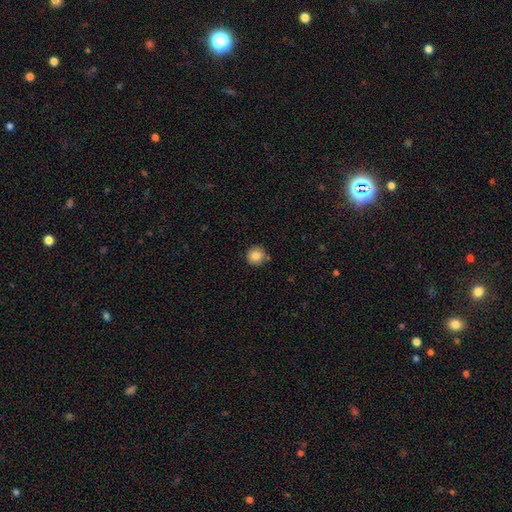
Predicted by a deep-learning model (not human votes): Smooth or featured?
  - smooth: 85% *
  - star or artifact: 9%
  - featured or disk: 5%
How rounded?
  - round: 93% *
  - in between: 6%
  - cigar-shaped: 1%
Merging?
  - none: 87% *
  - minor disturbance: 8%
  - merger: 3%
  - major disturbance: 2%